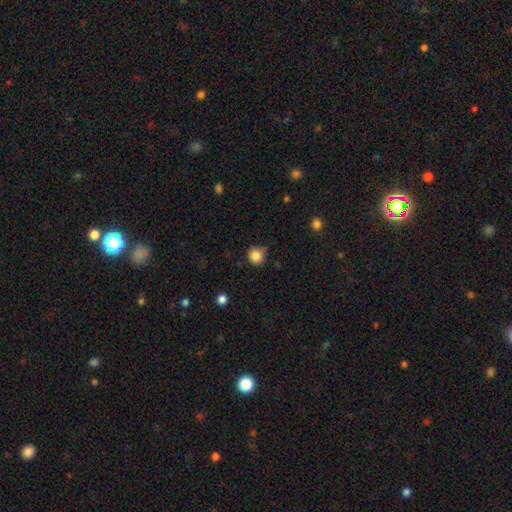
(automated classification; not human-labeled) A smooth galaxy with no disk features (84%) that is round (92%).

Vote fractions:
- Smooth or featured? smooth: 84% / star or artifact: 11% / featured or disk: 5%
- How rounded? round: 92% / in between: 7% / cigar-shaped: 1%
- Merging? none: 70% / minor disturbance: 23% / major disturbance: 4% / merger: 3%